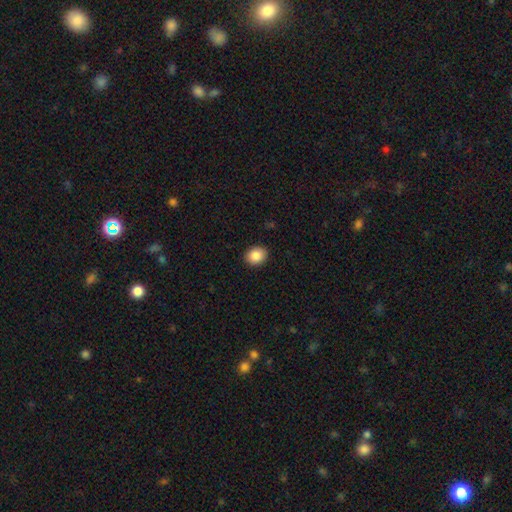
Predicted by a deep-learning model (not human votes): A smooth galaxy with no disk features (87%) that is round (58%). Merging: none (91%).